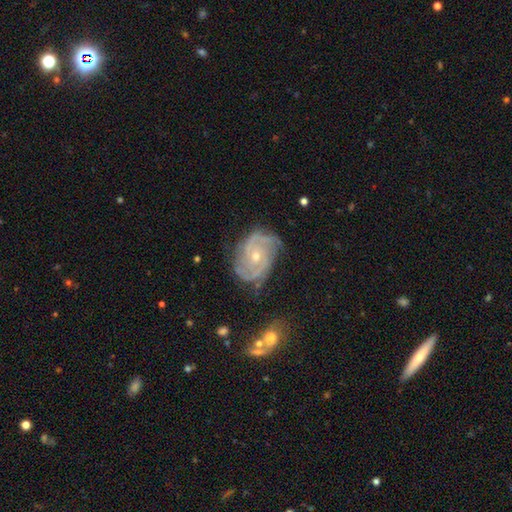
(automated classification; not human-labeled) This is clearly a featured or disk galaxy (89%). It is clearly not viewed edge-on (97%). Bar: likely no (70%). Spiral arm pattern: clearly yes (97%). Spiral arm count: marginally 3 (34%). Spiral winding: possibly tight (59%). Central bulge: possibly small (52%). Merging: likely none (73%).